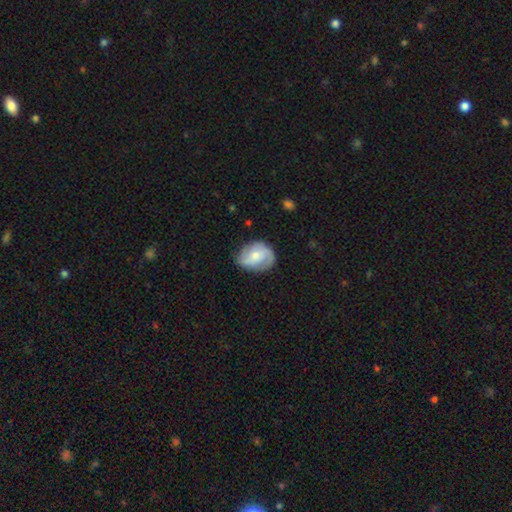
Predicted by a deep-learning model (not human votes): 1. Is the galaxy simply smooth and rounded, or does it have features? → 51% featured or disk, 42% smooth, 6% star or artifact.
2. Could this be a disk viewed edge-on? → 96% no, 4% yes.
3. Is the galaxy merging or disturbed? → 66% none, 24% minor disturbance, 8% major disturbance, 1% merger.